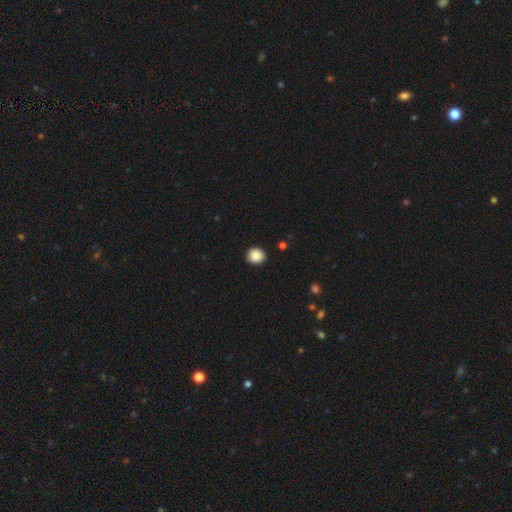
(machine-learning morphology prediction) This is clearly a smooth galaxy (88%). How rounded: clearly round (82%). Merging: clearly none (89%).